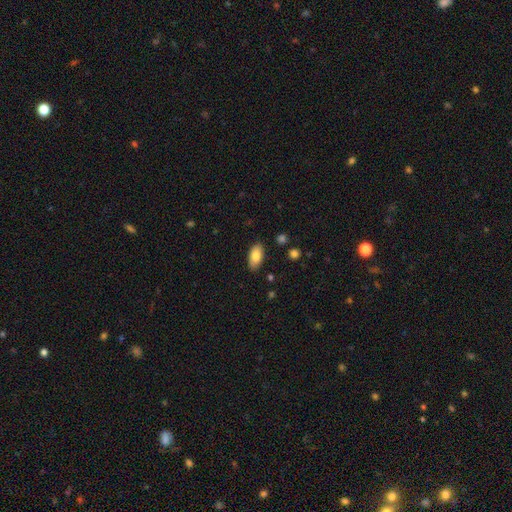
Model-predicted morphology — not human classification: A smooth galaxy with no disk features (83%) that is in between round and cigar-shaped (93%). Merging: none (86%).